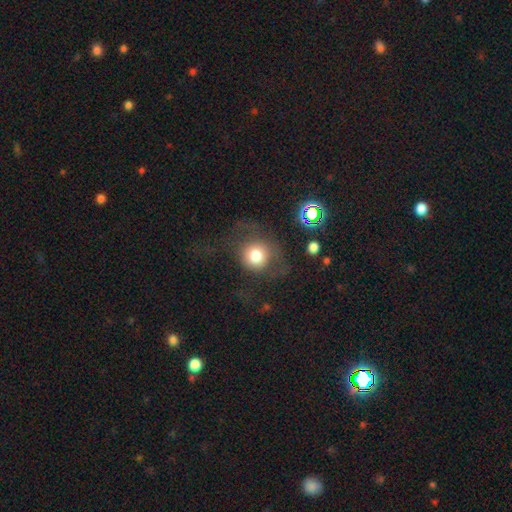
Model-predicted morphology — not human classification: Smooth or featured: smooth — 72% (featured or disk — 16%)
How rounded: round — 88% (in between — 11%)
Merging: none — 52% (major disturbance — 28%)